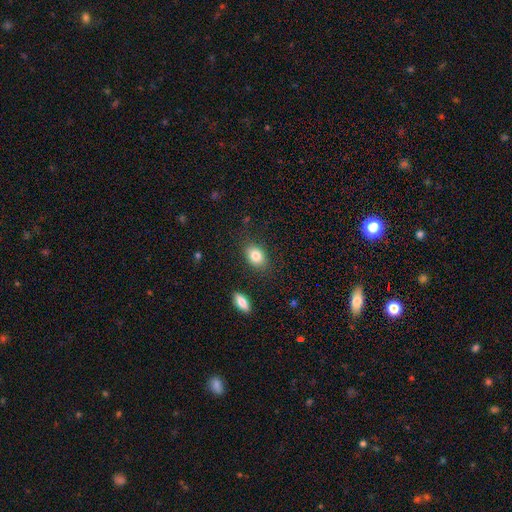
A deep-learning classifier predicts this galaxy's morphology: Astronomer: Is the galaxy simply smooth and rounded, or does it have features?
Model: smooth — 83%.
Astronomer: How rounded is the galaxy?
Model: in between — 77%.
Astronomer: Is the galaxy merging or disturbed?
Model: none — 83%.